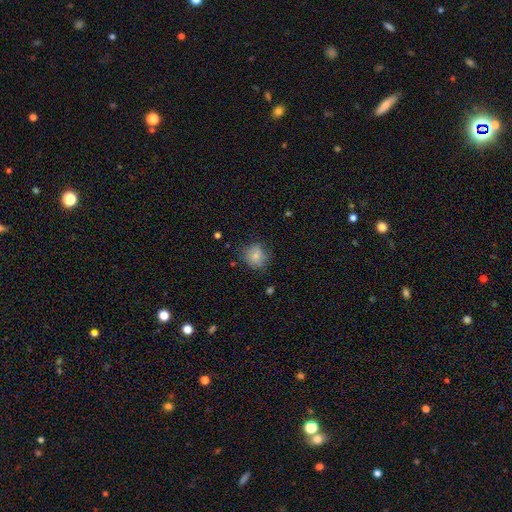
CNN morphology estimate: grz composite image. It shows a smooth galaxy with no disk features (75%) that is round (80%). Merging: none (71%).